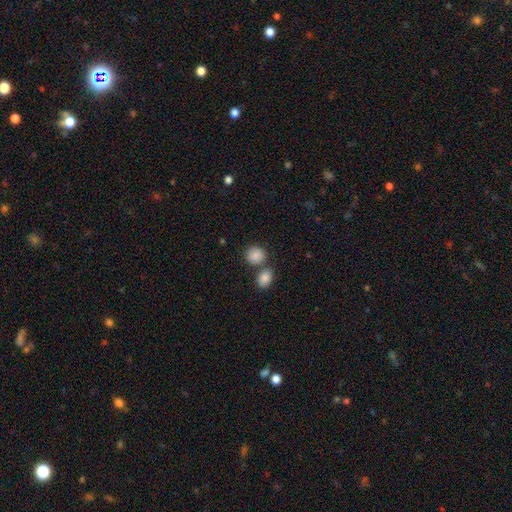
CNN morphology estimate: This is clearly a smooth galaxy (88%). How rounded: likely round (71%). Merging: possibly none (58%).